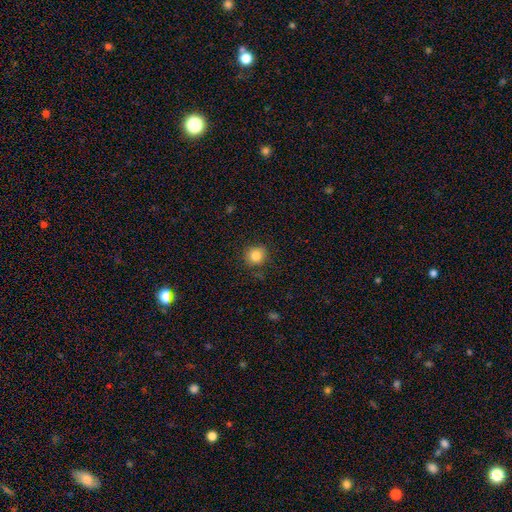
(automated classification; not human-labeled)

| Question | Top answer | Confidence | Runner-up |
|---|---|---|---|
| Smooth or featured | smooth | 84% | star or artifact (11%) |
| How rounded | round | 91% | in between (8%) |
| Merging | none | 87% | minor disturbance (9%) |